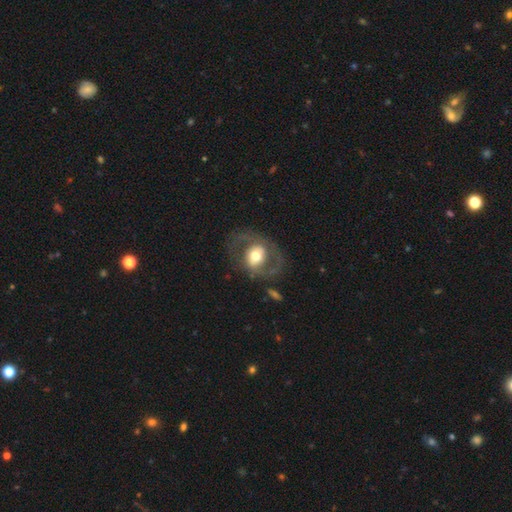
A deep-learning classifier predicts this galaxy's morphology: Overall: featured or disk (60%; smooth 34%). Edge-on disk: no (95%). Bar: no (58%; weak 28%). Spiral arms: yes (51%; no 49%). Bulge size: moderate (58%; large 31%). Merging: none (68%).